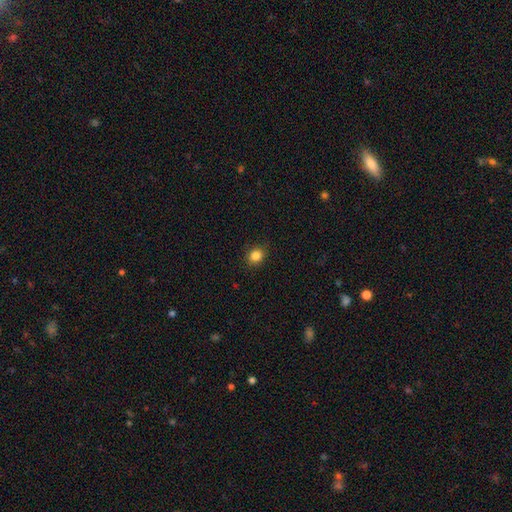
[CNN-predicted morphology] smooth 84%, star or artifact 11%, featured or disk 5%. Down the decision tree: how rounded — round (69%); merging — none (89%).